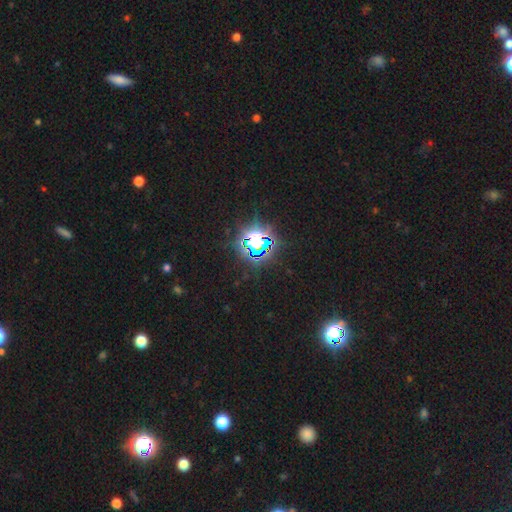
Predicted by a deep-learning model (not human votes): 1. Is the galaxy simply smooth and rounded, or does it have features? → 80% star or artifact, 13% smooth, 7% featured or disk.